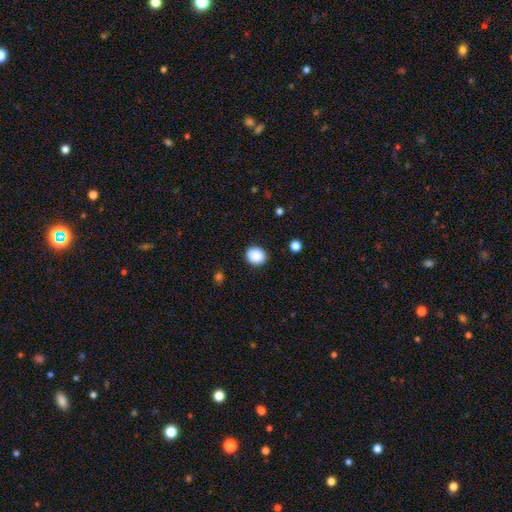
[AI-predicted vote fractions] Smooth or featured? Predicted: smooth (p=0.89). How rounded? Predicted: round (p=0.74). Merging? Predicted: none (p=0.89).